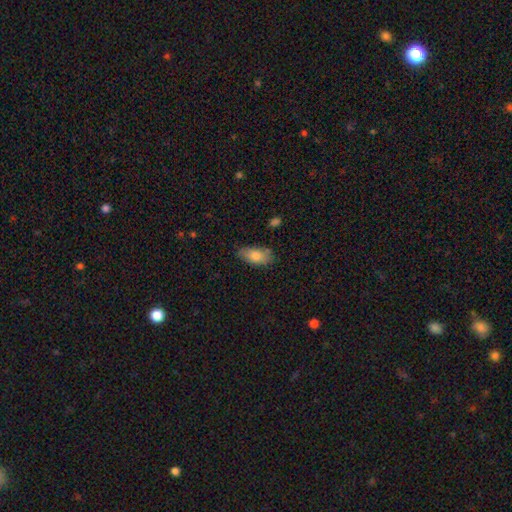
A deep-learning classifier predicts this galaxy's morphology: Smooth or featured? smooth (79%)
How rounded? in between (89%)
Merging? none (73%)